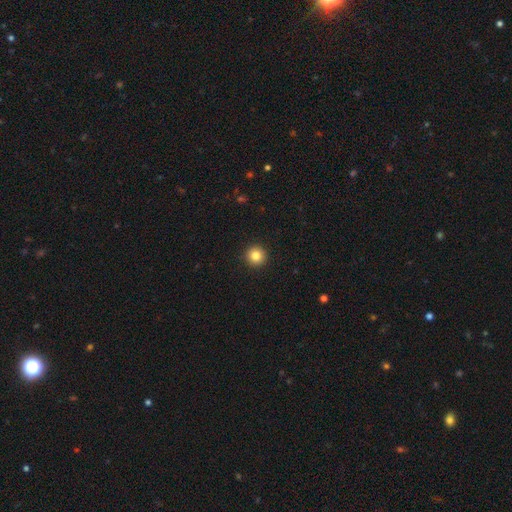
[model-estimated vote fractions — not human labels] smooth 84%, star or artifact 11%, featured or disk 6%. Down the decision tree: how rounded — round (96%); merging — none (94%).